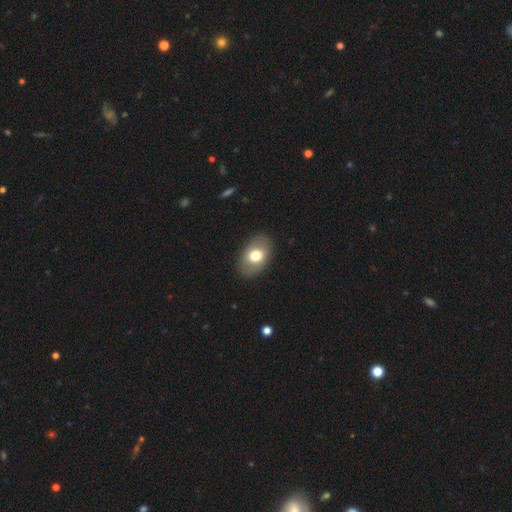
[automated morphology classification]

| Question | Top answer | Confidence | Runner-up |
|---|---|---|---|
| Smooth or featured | smooth | 69% | featured or disk (24%) |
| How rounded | in between | 83% | round (16%) |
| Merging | none | 87% | minor disturbance (10%) |